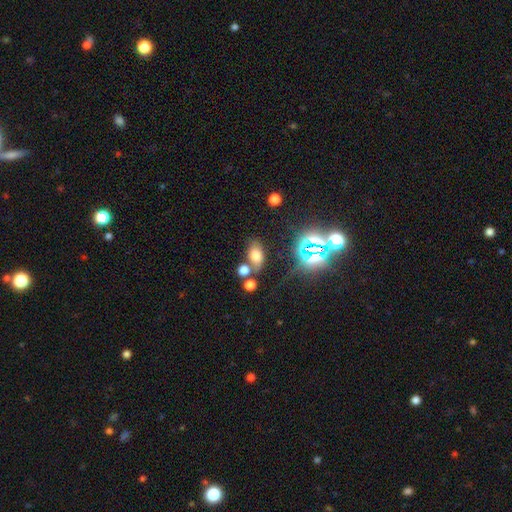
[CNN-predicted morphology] Smooth or featured: smooth — 64% (star or artifact — 23%)
How rounded: in between — 84% (round — 13%)
Merging: none — 61% (merger — 17%)